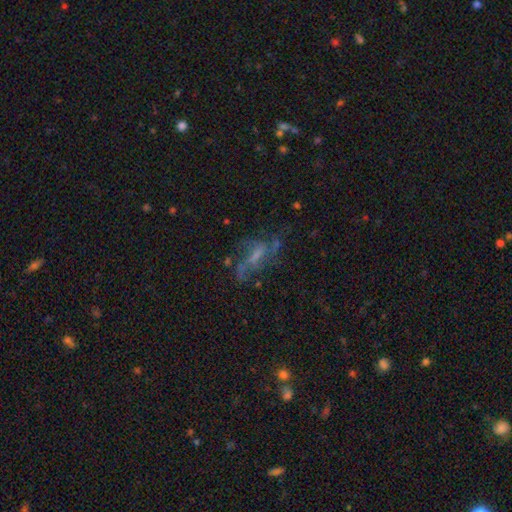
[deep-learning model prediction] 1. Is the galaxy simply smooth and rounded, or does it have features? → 61% featured or disk, 23% smooth, 17% star or artifact.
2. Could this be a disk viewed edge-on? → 89% no, 11% yes.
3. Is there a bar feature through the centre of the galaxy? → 41% weak, 37% no, 23% strong.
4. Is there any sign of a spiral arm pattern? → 67% yes, 33% no.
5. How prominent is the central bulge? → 37% none, 31% small, 25% moderate, 5% large, 2% dominant.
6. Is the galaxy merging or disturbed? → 49% none, 27% major disturbance, 18% minor disturbance, 5% merger.